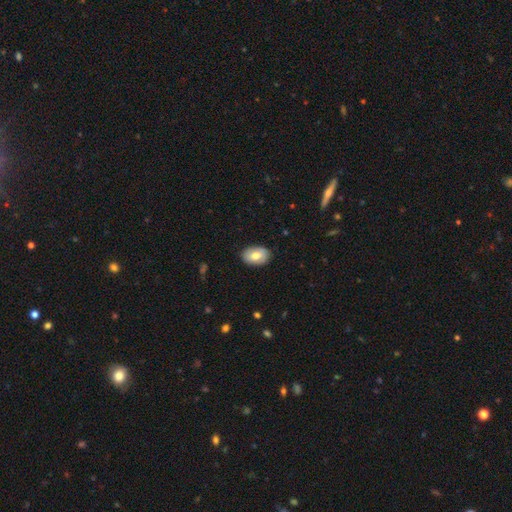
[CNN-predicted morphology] Smooth or featured? smooth (72%)
How rounded? in between (87%)
Merging? none (86%)